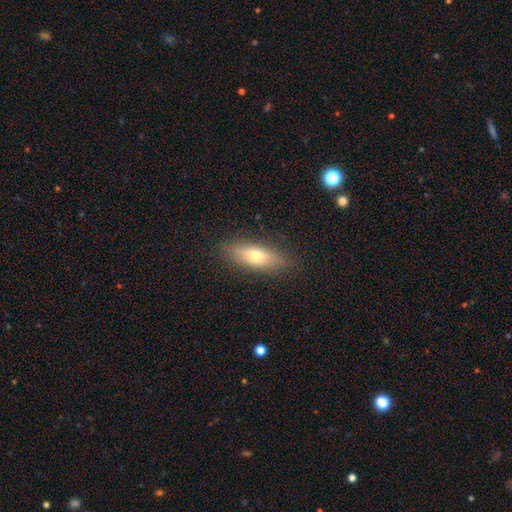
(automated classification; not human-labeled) Q: Smooth or featured?
A: smooth (61%); runner-up: featured or disk (32%)
Q: How rounded?
A: in between (51%); runner-up: cigar-shaped (46%)
Q: Merging?
A: none (86%); runner-up: minor disturbance (10%)